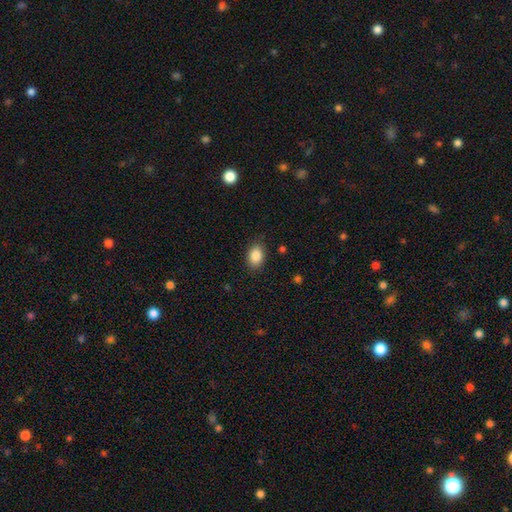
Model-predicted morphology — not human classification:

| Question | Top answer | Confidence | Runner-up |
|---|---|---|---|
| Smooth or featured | smooth | 88% | star or artifact (8%) |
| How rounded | in between | 79% | round (20%) |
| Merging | none | 86% | minor disturbance (10%) |